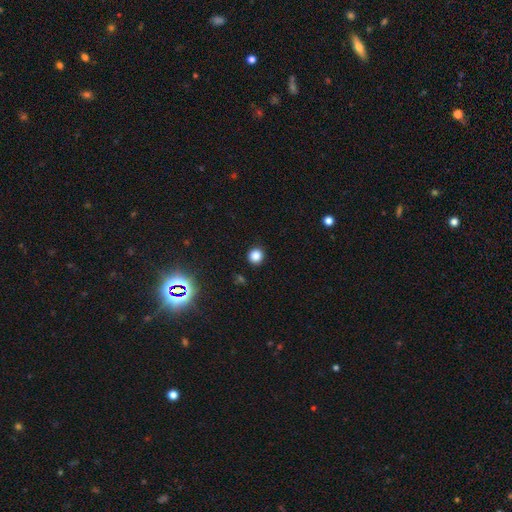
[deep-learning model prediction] smooth 83%, star or artifact 14%, featured or disk 3%. Down the decision tree: how rounded — round (92%); merging — none (91%).